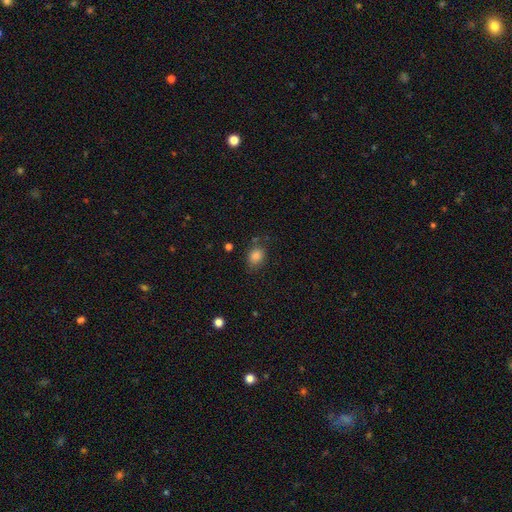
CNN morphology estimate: Overall: smooth (84%). How rounded: in between (56%; round 43%). Merging: none (72%).